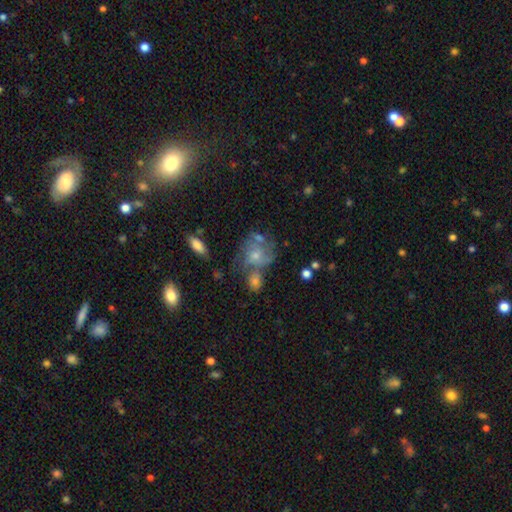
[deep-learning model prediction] Overall: featured or disk (50%; smooth 32%). Merging: none (50%; minor disturbance 19%).